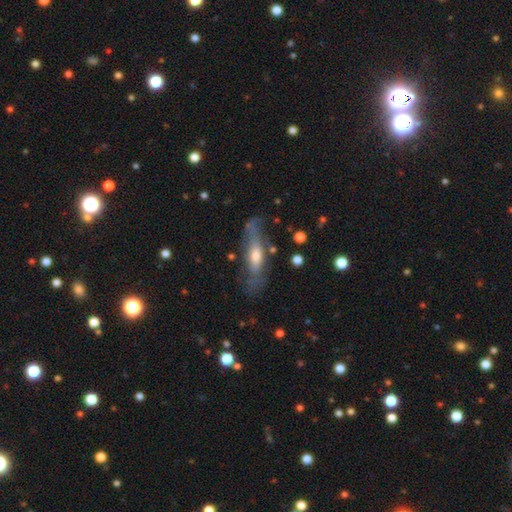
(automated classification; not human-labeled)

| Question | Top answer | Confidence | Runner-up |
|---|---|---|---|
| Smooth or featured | featured or disk | 54% | smooth (40%) |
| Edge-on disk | no | 56% | yes (44%) |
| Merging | none | 57% | minor disturbance (24%) |